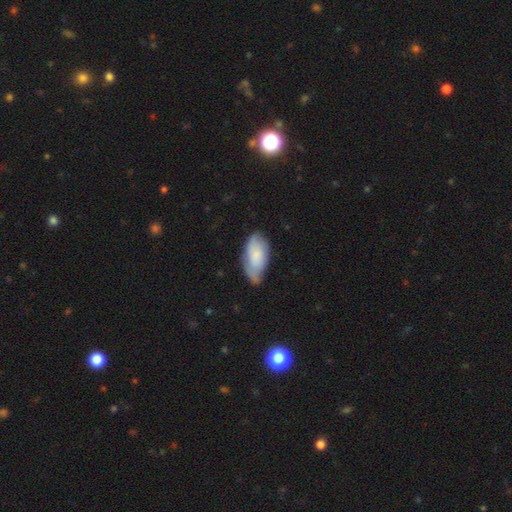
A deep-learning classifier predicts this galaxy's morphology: This is likely a smooth galaxy (71%). How rounded: clearly in between (92%). Merging: possibly none (53%).